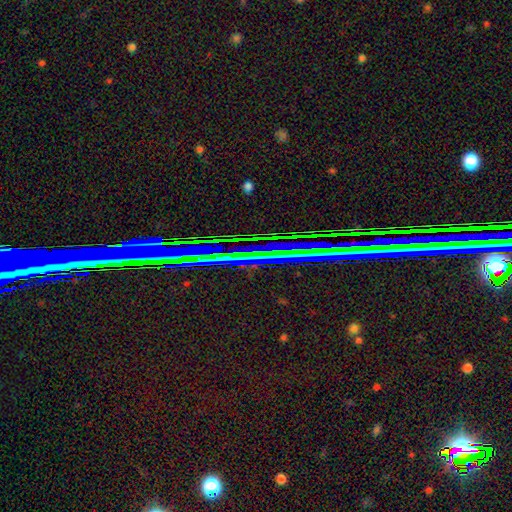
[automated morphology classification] Overall: star or artifact (82%).